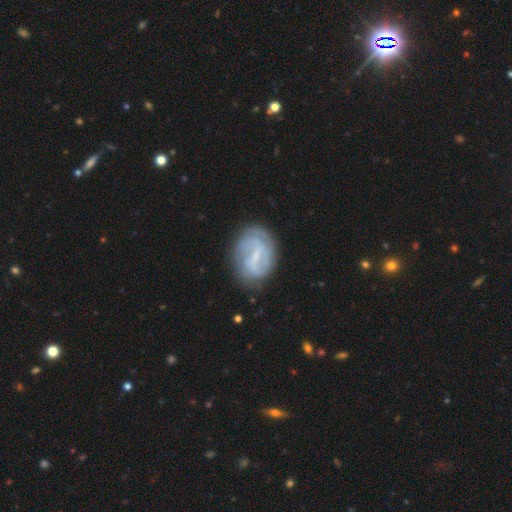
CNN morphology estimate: A featured or disk galaxy (70%) with a weak bar (49%), spiral arms (73%) and a small central bulge (59%). Merging: none (71%).